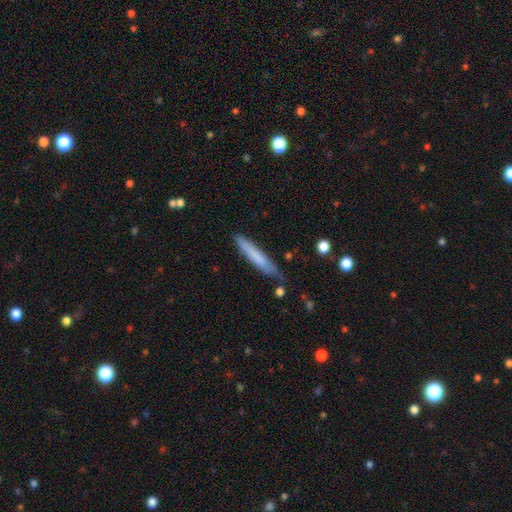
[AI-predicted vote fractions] Smooth or featured?
  - smooth: 73% *
  - featured or disk: 21%
  - star or artifact: 6%
How rounded?
  - cigar-shaped: 93% *
  - in between: 6%
  - round: 1%
Merging?
  - none: 79% *
  - minor disturbance: 16%
  - major disturbance: 3%
  - merger: 2%